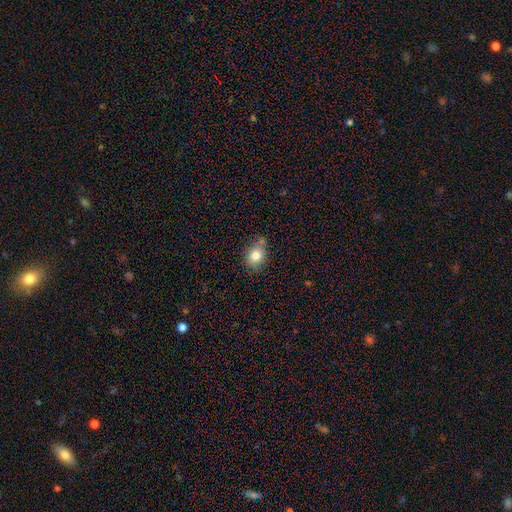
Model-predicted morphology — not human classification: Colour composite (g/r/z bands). It shows a smooth galaxy with no disk features (80%) that is round (51%). Merging: none (66%).